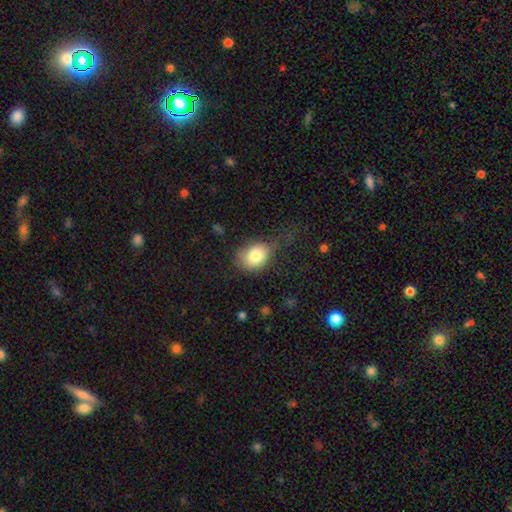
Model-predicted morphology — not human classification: A smooth galaxy with no disk features (81%) that is in between round and cigar-shaped (56%).

Vote fractions:
- Smooth or featured? smooth: 81% / featured or disk: 10% / star or artifact: 9%
- How rounded? in between: 56% / round: 43% / cigar-shaped: 1%
- Merging? none: 46% / minor disturbance: 32% / major disturbance: 19% / merger: 2%